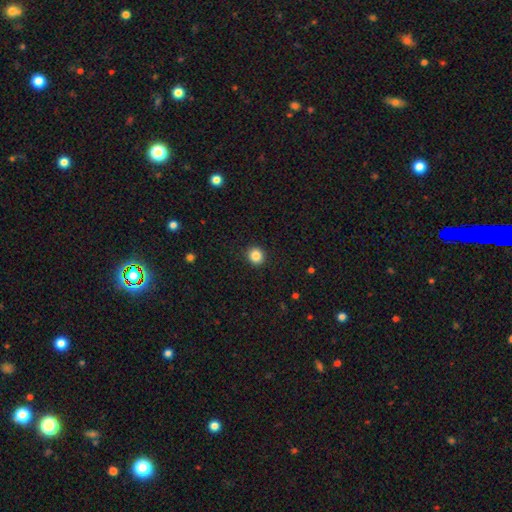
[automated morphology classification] Q: Smooth or featured?
A: smooth (85%); runner-up: star or artifact (11%)
Q: How rounded?
A: round (88%); runner-up: in between (11%)
Q: Merging?
A: none (92%); runner-up: minor disturbance (6%)